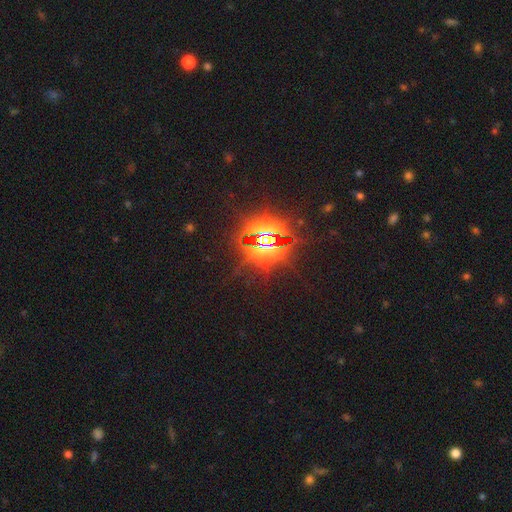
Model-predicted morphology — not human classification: This appears to be a star or artifact, not a galaxy (87%).